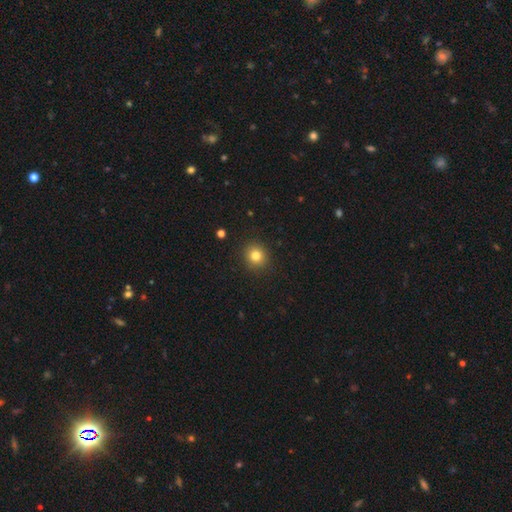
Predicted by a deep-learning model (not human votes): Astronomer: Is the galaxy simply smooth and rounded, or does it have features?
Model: smooth — 81%.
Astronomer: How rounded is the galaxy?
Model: round — 87%.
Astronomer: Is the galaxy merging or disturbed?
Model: none — 91%.